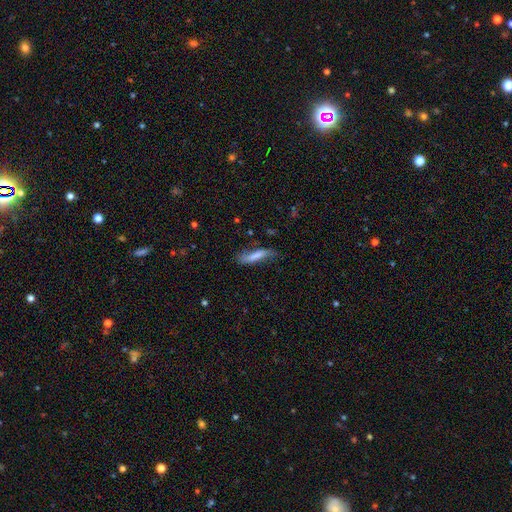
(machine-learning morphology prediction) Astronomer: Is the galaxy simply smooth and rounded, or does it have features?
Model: smooth — 70%.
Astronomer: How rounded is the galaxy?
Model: cigar-shaped — 76%.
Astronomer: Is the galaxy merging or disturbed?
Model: none — 58%.